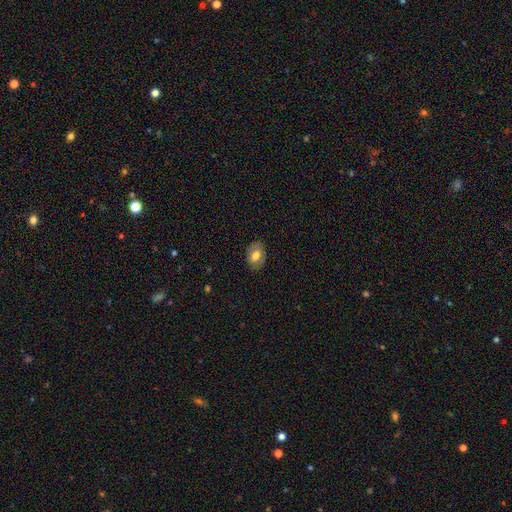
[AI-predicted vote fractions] Morphology: type=smooth (69%); roundness=in between (79%); merging=none (83%).